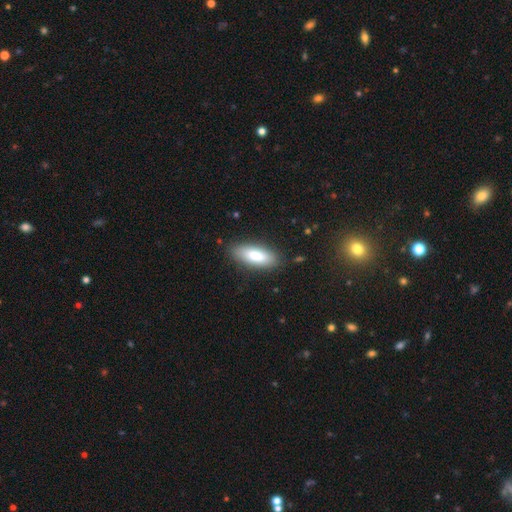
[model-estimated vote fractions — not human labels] A smooth galaxy with no disk features (81%) that is in between round and cigar-shaped (70%).

Vote fractions:
- Smooth or featured? smooth: 81% / featured or disk: 13% / star or artifact: 6%
- How rounded? in between: 70% / cigar-shaped: 28% / round: 2%
- Merging? none: 85% / minor disturbance: 11% / major disturbance: 3% / merger: 1%